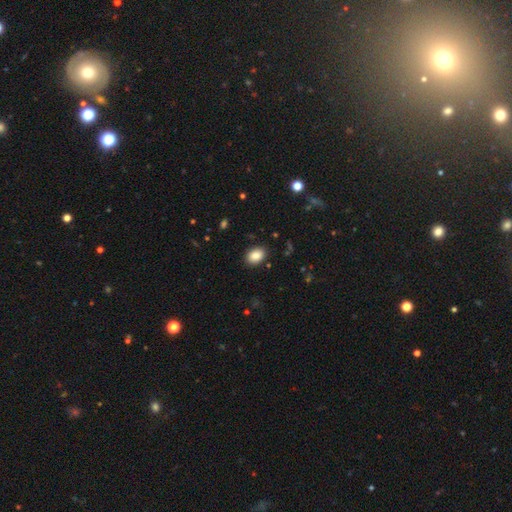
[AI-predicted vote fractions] A smooth galaxy with no disk features (87%) that is in between round and cigar-shaped (78%). Merging: none (89%).